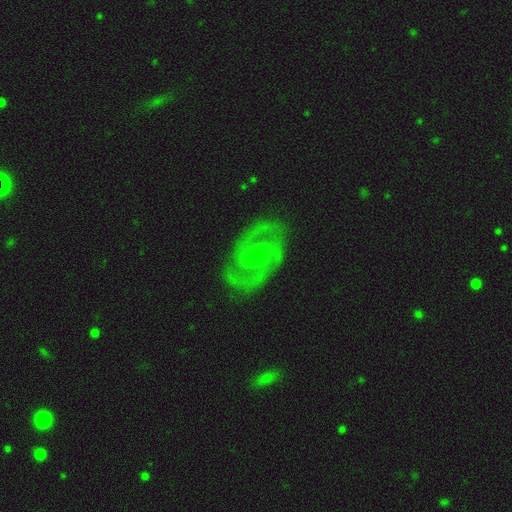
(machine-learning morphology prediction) smooth-or-featured: featured or disk: 80% | smooth: 15% | star or artifact: 5%
  disk-edge-on: no: 96% | yes: 4%
    bar: no: 45% | weak: 38% | strong: 17%
    has-spiral-arms: yes: 73% | no: 27%
      spiral-winding: medium: 45% | tight: 42% | loose: 14%
      spiral-arm-count: 2: 83% | can't tell: 10% | 1: 3% | 3: 2% | 4: 1% | more than 4: 1%
    bulge-size: moderate: 56% | small: 35% | large: 6% | none: 2% | dominant: 1%
  merging: none: 80% | minor disturbance: 12% | major disturbance: 6% | merger: 1%